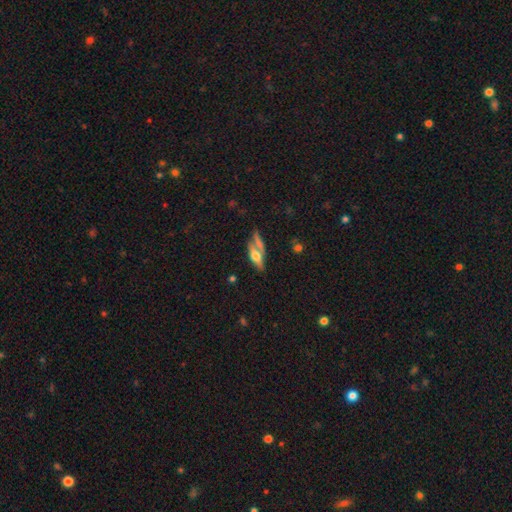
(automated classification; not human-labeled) smooth-or-featured: smooth: 49% | featured or disk: 43% | star or artifact: 8%
  merging: none: 46% | merger: 32% | minor disturbance: 15% | major disturbance: 7%